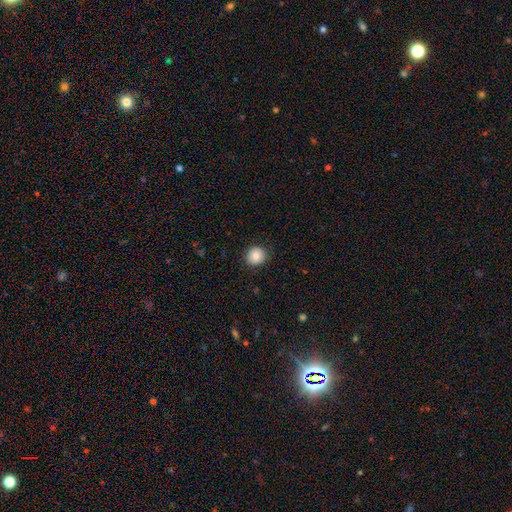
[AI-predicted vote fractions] Morphology: type=smooth (81%); roundness=round (91%); merging=none (89%).